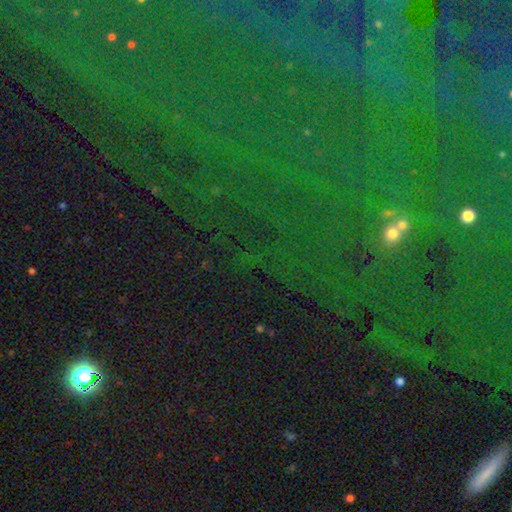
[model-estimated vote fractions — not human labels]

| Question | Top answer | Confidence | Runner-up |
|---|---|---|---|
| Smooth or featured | star or artifact | 80% | smooth (11%) |